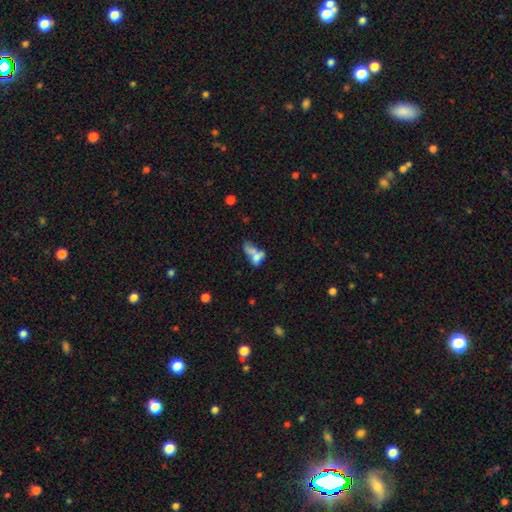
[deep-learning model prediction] This appears to be a smooth galaxy with no disk features (58%) that is in between round and cigar-shaped (70%). Merging: merger (52%).